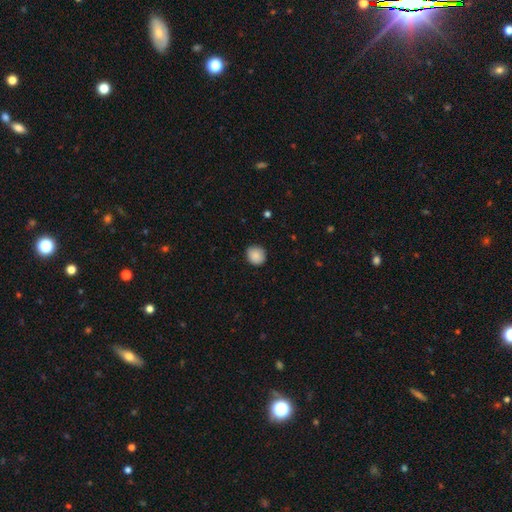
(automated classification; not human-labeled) Q: Smooth or featured?
A: smooth (89%); runner-up: star or artifact (8%)
Q: How rounded?
A: round (85%); runner-up: in between (14%)
Q: Merging?
A: none (89%); runner-up: minor disturbance (8%)